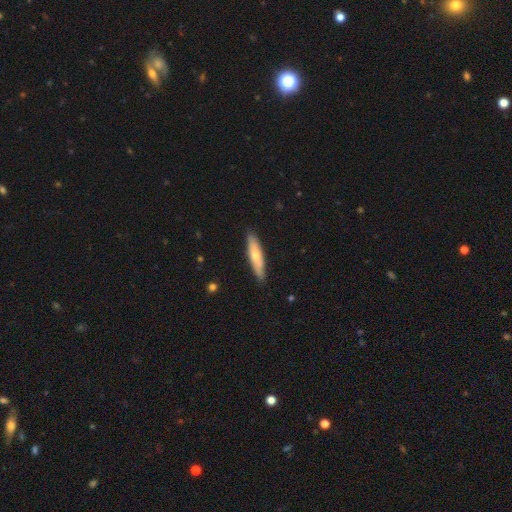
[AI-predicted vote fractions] Smooth or featured? smooth (56%)
How rounded? cigar-shaped (76%)
Merging? none (84%)